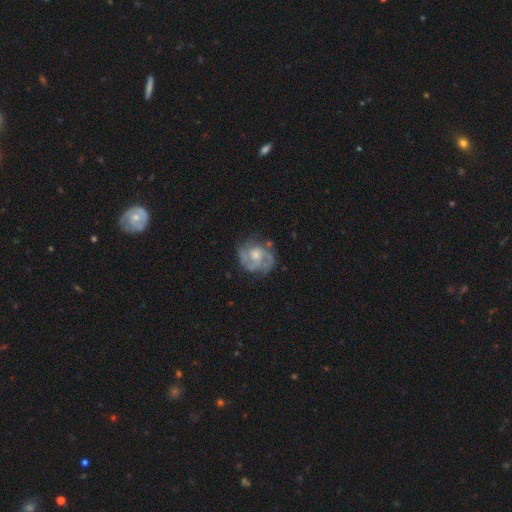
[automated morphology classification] Smooth or featured: featured or disk — 75% (smooth — 19%)
Edge-on disk: no — 98% (yes — 2%)
Bar: no — 73% (weak — 24%)
Spiral arms: yes — 83% (no — 17%)
Spiral winding: medium — 45% (tight — 38%)
Spiral arm count: 2 — 35% (3 — 26%)
Bulge size: moderate — 53% (small — 31%)
Merging: none — 64% (minor disturbance — 21%)